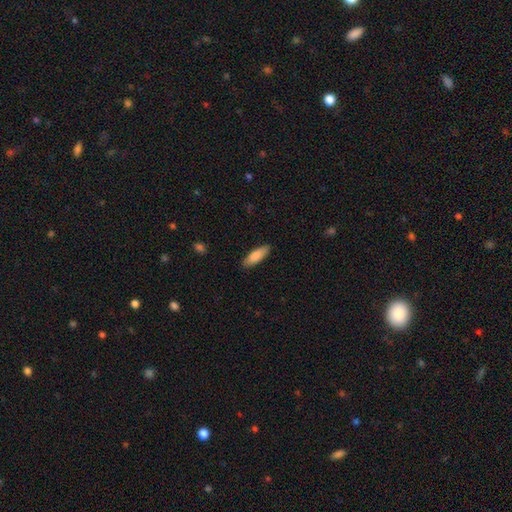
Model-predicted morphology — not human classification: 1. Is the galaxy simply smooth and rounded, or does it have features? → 83% smooth, 12% featured or disk, 6% star or artifact.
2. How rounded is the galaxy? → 56% in between, 43% cigar-shaped, 2% round.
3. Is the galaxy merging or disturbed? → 88% none, 9% minor disturbance, 2% major disturbance, 1% merger.